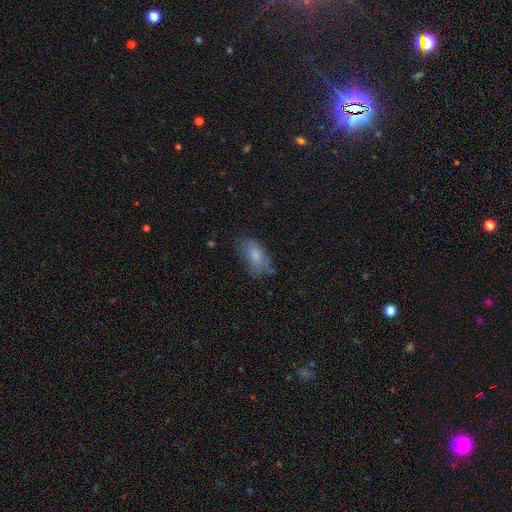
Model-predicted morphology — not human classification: smooth 78%, featured or disk 14%, star or artifact 8%. Down the decision tree: how rounded — in between (90%); merging — none (58%).